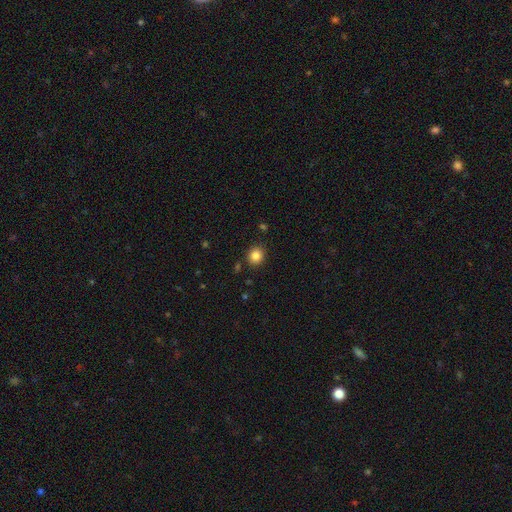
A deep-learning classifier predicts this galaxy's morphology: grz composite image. It shows a smooth galaxy with no disk features (85%) that is round (79%). Merging: none (88%).